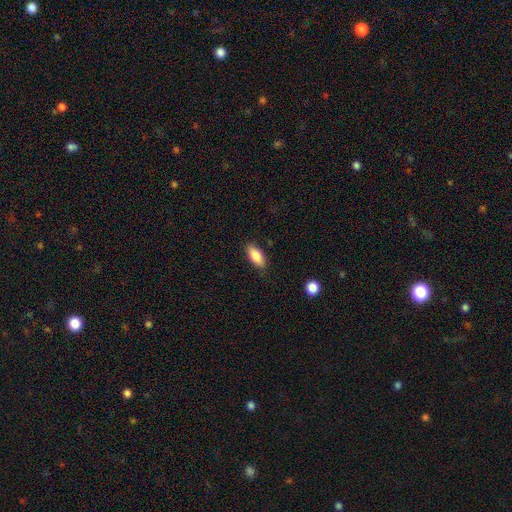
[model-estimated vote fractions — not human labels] smooth_or_featured: smooth (p=0.82) [alt: featured or disk p=0.11]
how_rounded: in between (p=0.84) [alt: cigar-shaped p=0.13]
merging: none (p=0.86) [alt: minor disturbance p=0.11]